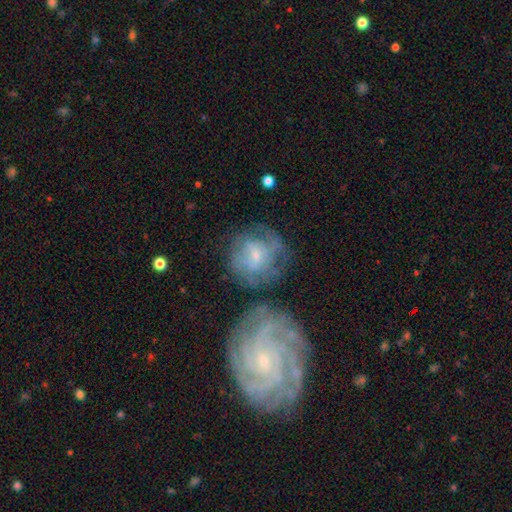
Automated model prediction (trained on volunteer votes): This appears to be a featured or disk galaxy (55%) with no bar (59%), spiral arms (68%) and a small central bulge (63%). Merging: none (50%).